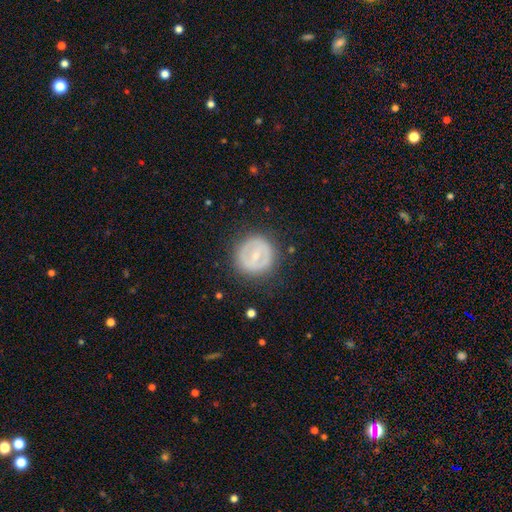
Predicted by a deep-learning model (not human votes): Smooth or featured?
  - featured or disk: 52% *
  - smooth: 41%
  - star or artifact: 7%
Edge-on disk?
  - no: 95% *
  - yes: 5%
Merging?
  - none: 83% *
  - minor disturbance: 11%
  - major disturbance: 5%
  - merger: 1%